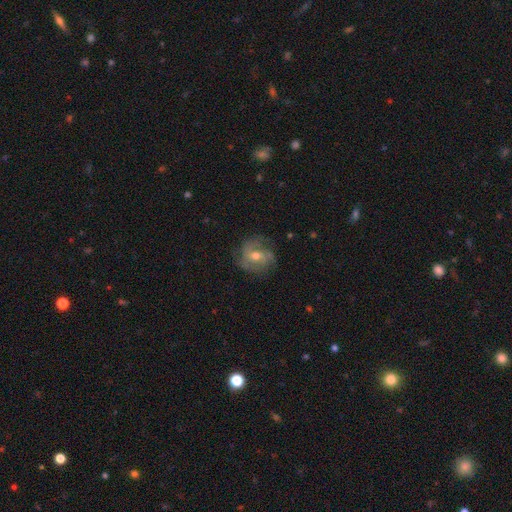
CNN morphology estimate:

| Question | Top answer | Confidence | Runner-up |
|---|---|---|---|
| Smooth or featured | featured or disk | 70% | smooth (21%) |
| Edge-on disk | no | 97% | yes (3%) |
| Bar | no | 49% | weak (40%) |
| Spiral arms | yes | 84% | no (16%) |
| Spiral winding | medium | 44% | tight (30%) |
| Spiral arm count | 2 | 31% | can't tell (28%) |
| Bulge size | moderate | 64% | small (31%) |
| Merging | none | 66% | minor disturbance (21%) |